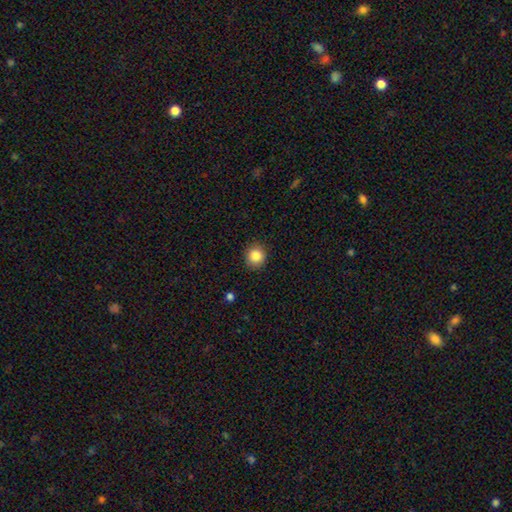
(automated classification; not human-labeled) Smooth or featured? smooth (85%)
How rounded? round (89%)
Merging? none (90%)